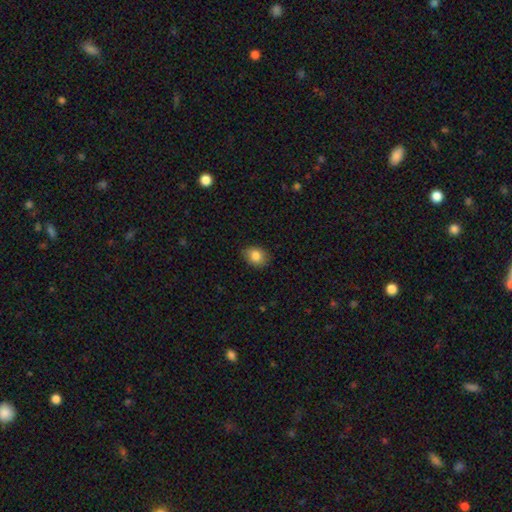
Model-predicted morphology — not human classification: smooth-or-featured: smooth: 84% | star or artifact: 9% | featured or disk: 7%
  how-rounded: in between: 59% | round: 40% | cigar-shaped: 1%
  merging: none: 84% | minor disturbance: 13% | major disturbance: 2% | merger: 1%